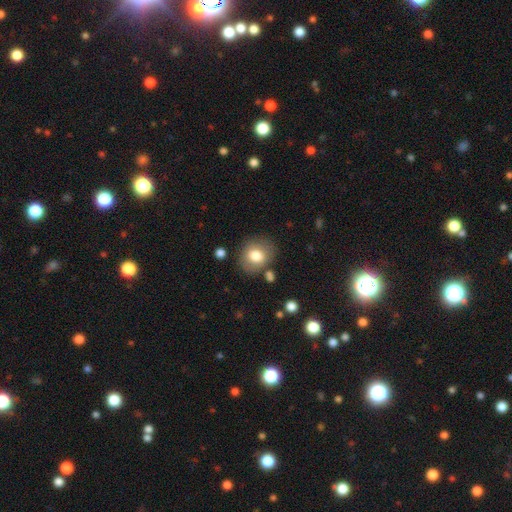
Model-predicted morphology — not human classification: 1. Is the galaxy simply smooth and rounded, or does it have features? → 77% smooth, 14% featured or disk, 9% star or artifact.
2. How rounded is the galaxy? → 64% round, 35% in between, 1% cigar-shaped.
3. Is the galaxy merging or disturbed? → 78% none, 13% minor disturbance, 5% major disturbance, 4% merger.